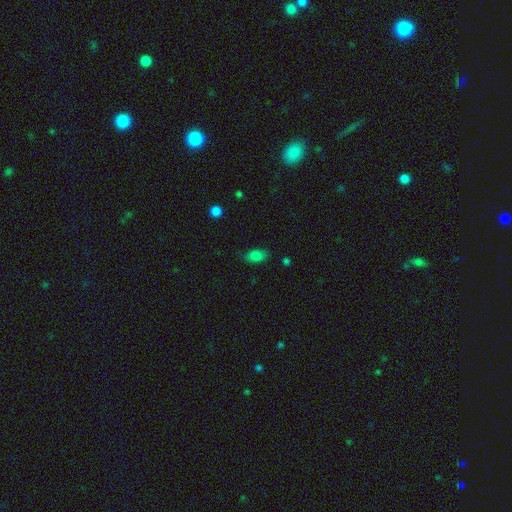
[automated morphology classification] Smooth or featured?
  - smooth: 82% *
  - star or artifact: 11%
  - featured or disk: 7%
How rounded?
  - in between: 88% *
  - round: 7%
  - cigar-shaped: 4%
Merging?
  - none: 75% *
  - minor disturbance: 19%
  - major disturbance: 4%
  - merger: 2%